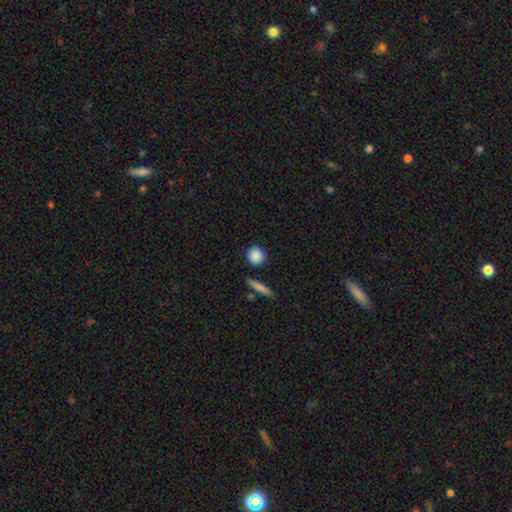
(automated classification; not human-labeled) Q: Smooth or featured?
A: smooth (87%); runner-up: star or artifact (7%)
Q: How rounded?
A: round (84%); runner-up: in between (13%)
Q: Merging?
A: none (87%); runner-up: minor disturbance (8%)